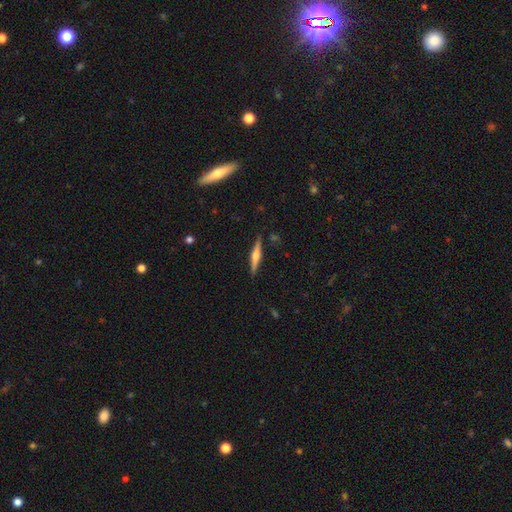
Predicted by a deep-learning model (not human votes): Q: Smooth or featured?
A: featured or disk (69%); runner-up: smooth (25%)
Q: Edge-on disk?
A: yes (98%); runner-up: no (2%)
Q: Edge-on bulge?
A: rounded (89%); runner-up: boxy (7%)
Q: Merging?
A: none (89%); runner-up: minor disturbance (8%)